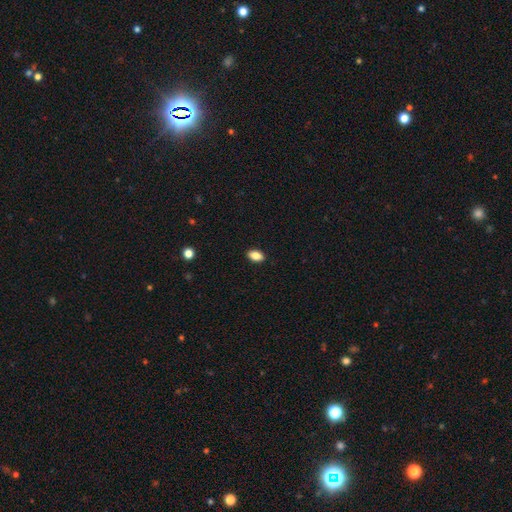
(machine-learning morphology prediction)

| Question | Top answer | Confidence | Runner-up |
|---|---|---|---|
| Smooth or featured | smooth | 86% | star or artifact (9%) |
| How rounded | in between | 89% | round (9%) |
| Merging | none | 89% | minor disturbance (8%) |